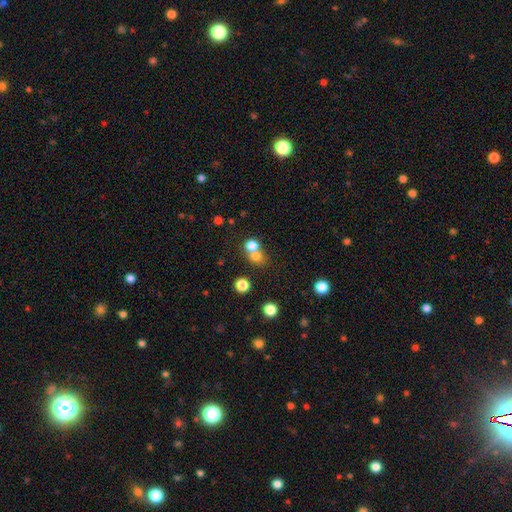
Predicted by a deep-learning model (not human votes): smooth_or_featured: smooth (p=0.73) [alt: star or artifact p=0.16]
how_rounded: round (p=0.80) [alt: in between p=0.19]
merging: merger (p=0.51) [alt: none p=0.40]